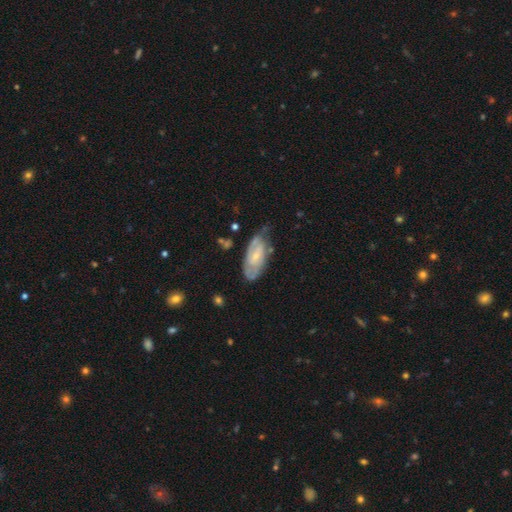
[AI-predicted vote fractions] Smooth or featured? Predicted: featured or disk (p=0.65). Edge-on disk? Predicted: no (p=0.92). Bar? Predicted: no (p=0.53). Spiral arms? Predicted: yes (p=0.76). Bulge size? Predicted: small (p=0.66). Merging? Predicted: none (p=0.52).